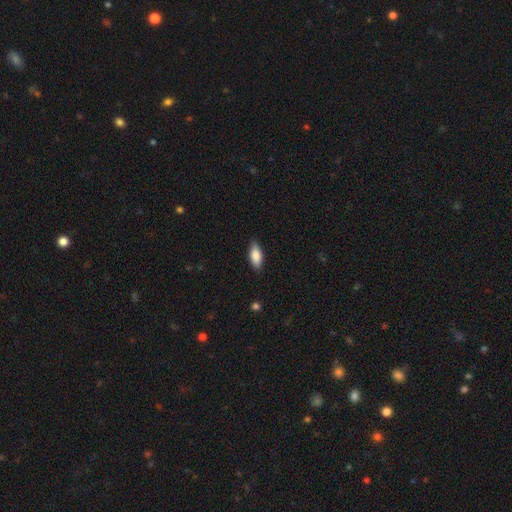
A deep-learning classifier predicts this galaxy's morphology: This appears to be a smooth galaxy with no disk features (84%) that is in between round and cigar-shaped (83%). Merging: none (85%).